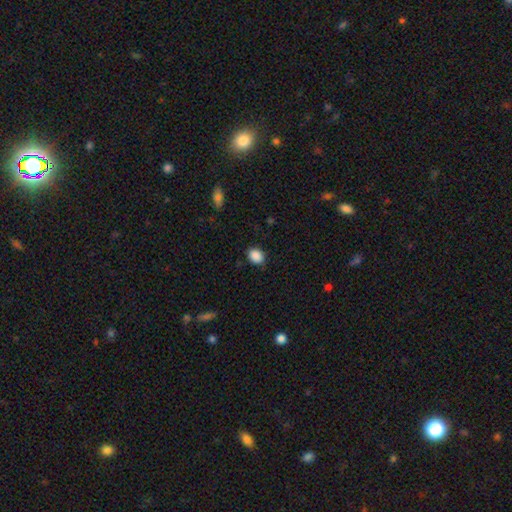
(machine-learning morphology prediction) Smooth or featured?
  - smooth: 89% *
  - star or artifact: 9%
  - featured or disk: 3%
How rounded?
  - in between: 60% *
  - round: 39%
  - cigar-shaped: 1%
Merging?
  - none: 84% *
  - minor disturbance: 12%
  - major disturbance: 3%
  - merger: 1%